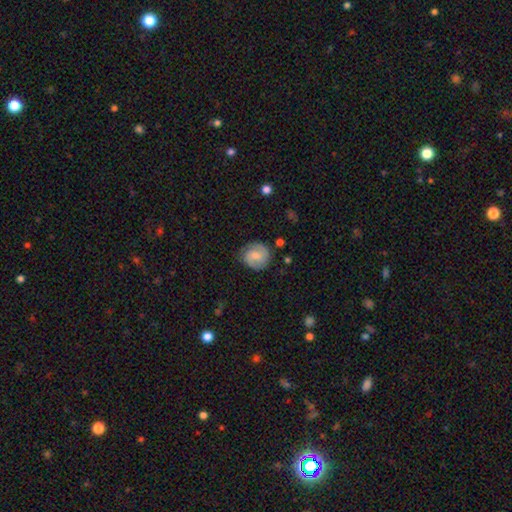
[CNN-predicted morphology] Smooth or featured: smooth — 50% (featured or disk — 43%)
Merging: none — 76% (minor disturbance — 17%)